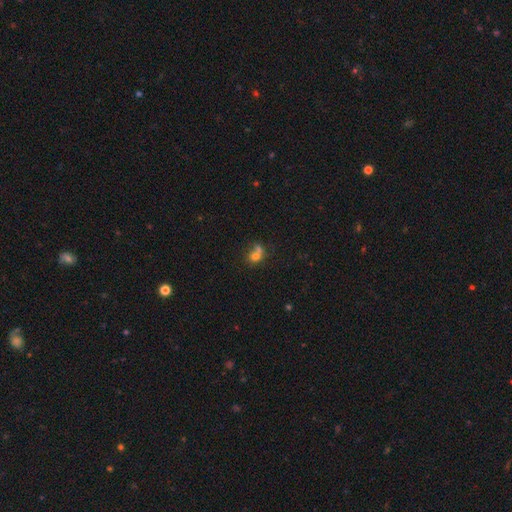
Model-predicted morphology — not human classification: A smooth galaxy with no disk features (67%) that is round (63%). Merging: merger (49%).